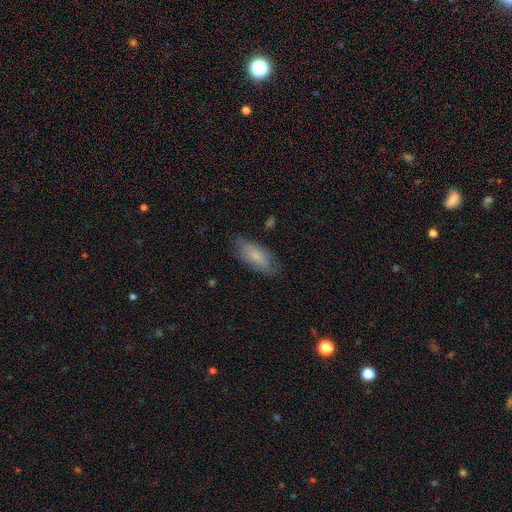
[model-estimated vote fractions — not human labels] Smooth or featured?
  - smooth: 72% *
  - featured or disk: 22%
  - star or artifact: 6%
How rounded?
  - in between: 81% *
  - cigar-shaped: 16%
  - round: 2%
Merging?
  - none: 76% *
  - minor disturbance: 19%
  - major disturbance: 4%
  - merger: 1%